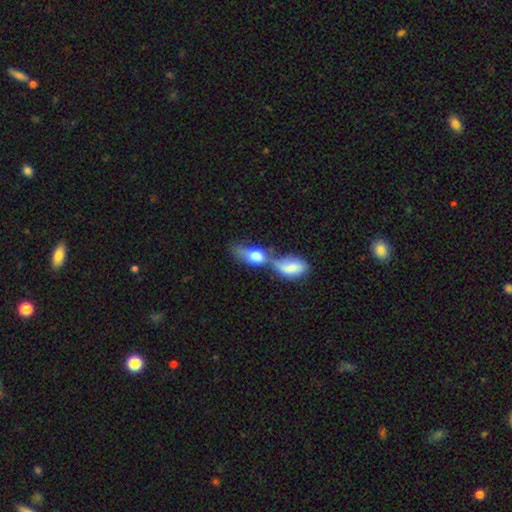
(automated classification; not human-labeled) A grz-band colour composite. It shows a smooth galaxy with no disk features (68%) that is in between round and cigar-shaped (83%). Merging: merger (70%).